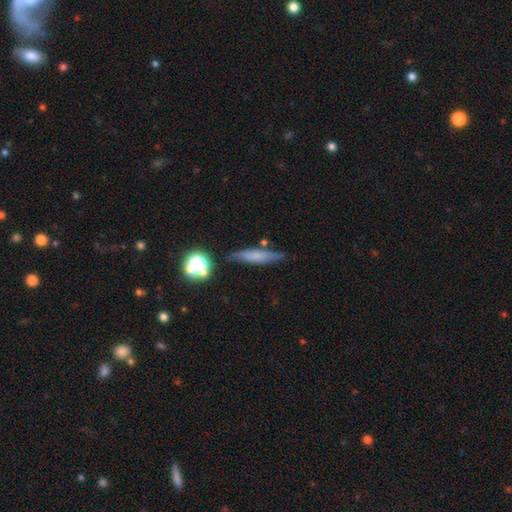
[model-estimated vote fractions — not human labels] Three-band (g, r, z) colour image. It shows a smooth galaxy with no disk features (58%) that is cigar-shaped (77%). Merging: none (76%).